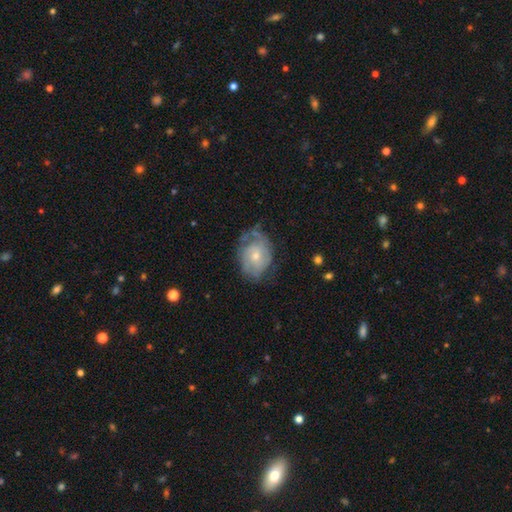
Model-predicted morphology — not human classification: The model was most divided on "spiral arm count": can't tell: 41%, 2: 33%, 3: 11%, 1: 8%, 4: 4%, more than 4: 3%. More confident: edge-on disk — no (97%); spiral arms — yes (81%); bar — no (74%); smooth or featured — featured or disk (69%); bulge size — small (54%); merging — none (50%); spiral winding — tight (50%).